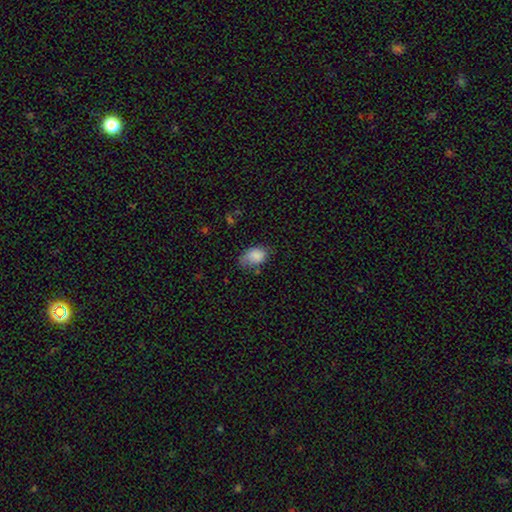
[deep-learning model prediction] Smooth or featured: smooth — 84% (star or artifact — 8%)
How rounded: in between — 85% (round — 14%)
Merging: none — 53% (minor disturbance — 34%)